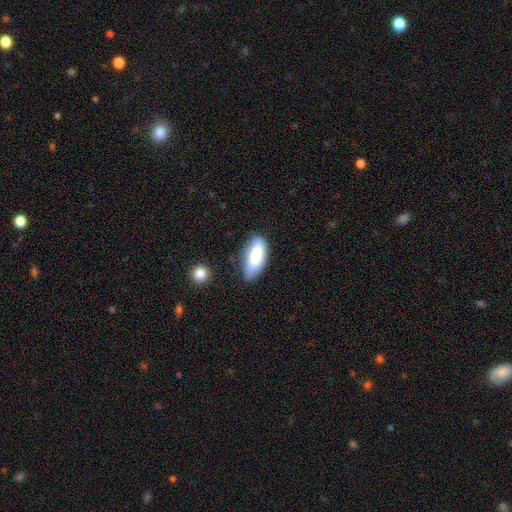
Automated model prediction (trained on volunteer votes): Smooth or featured?
  - smooth: 81% *
  - featured or disk: 12%
  - star or artifact: 7%
How rounded?
  - in between: 79% *
  - cigar-shaped: 19%
  - round: 2%
Merging?
  - none: 71% *
  - minor disturbance: 21%
  - major disturbance: 5%
  - merger: 3%